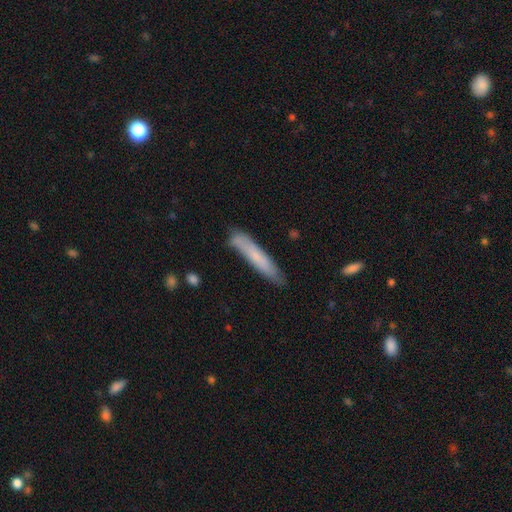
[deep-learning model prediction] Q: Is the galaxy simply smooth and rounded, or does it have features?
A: smooth — 68%.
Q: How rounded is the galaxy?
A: cigar-shaped — 92%.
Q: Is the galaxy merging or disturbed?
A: none — 74%.